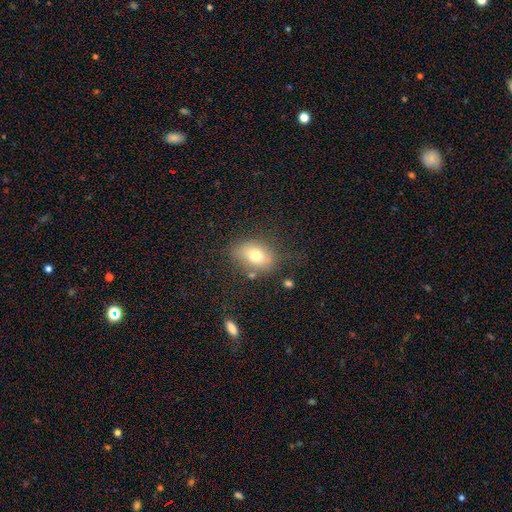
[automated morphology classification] type=smooth (70%); roundness=in between (77%); merging=none (69%).